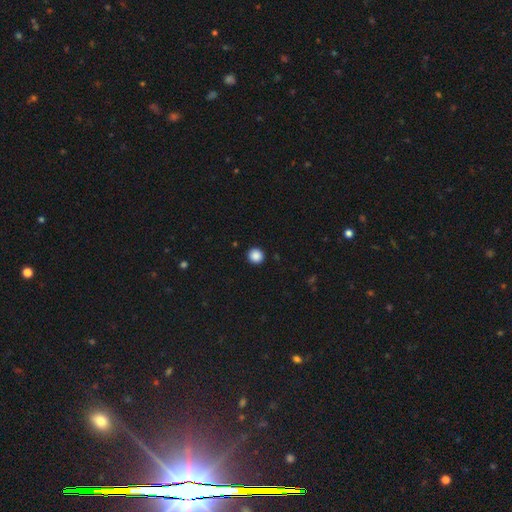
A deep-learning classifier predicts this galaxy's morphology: Smooth or featured? Predicted: smooth (p=0.88). How rounded? Predicted: round (p=0.94). Merging? Predicted: none (p=0.93).